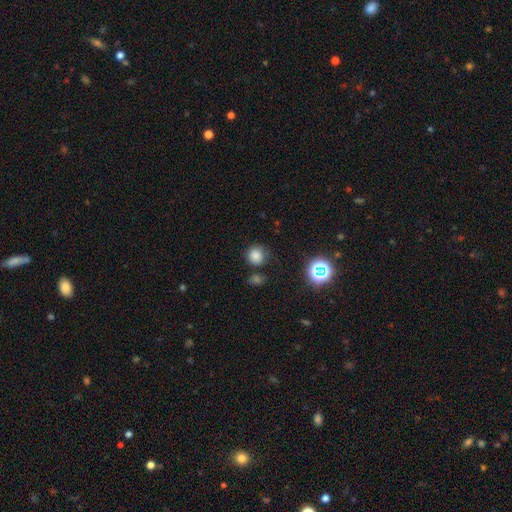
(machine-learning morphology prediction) A smooth galaxy with no disk features (79%) that is round (88%). Merging: none (73%).